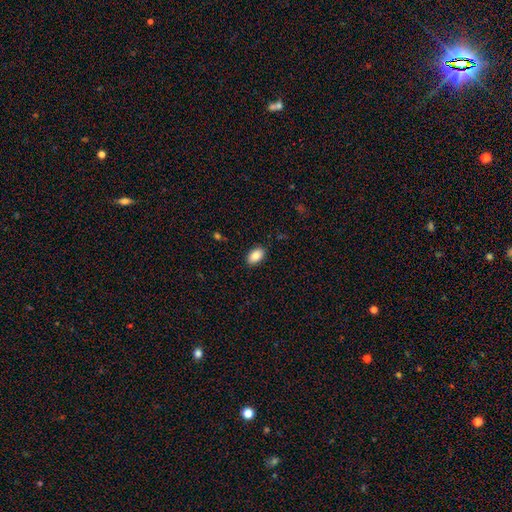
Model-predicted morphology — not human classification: Q: Smooth or featured?
A: smooth (85%); runner-up: star or artifact (7%)
Q: How rounded?
A: in between (91%); runner-up: round (8%)
Q: Merging?
A: none (88%); runner-up: minor disturbance (9%)